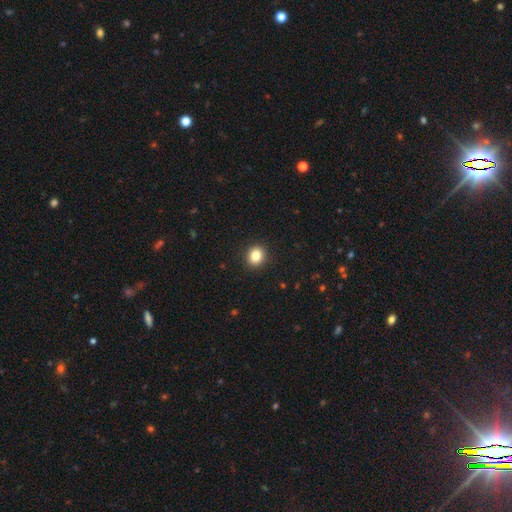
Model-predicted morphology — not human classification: Smooth or featured? Predicted: smooth (p=0.84). How rounded? Predicted: round (p=0.75). Merging? Predicted: none (p=0.92).